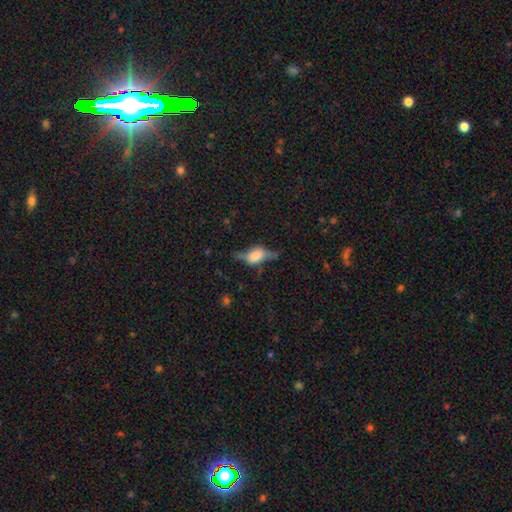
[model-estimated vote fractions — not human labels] Overall: featured or disk (52%; smooth 38%). Edge-on disk: yes (83%). Merging: none (58%; minor disturbance 24%).